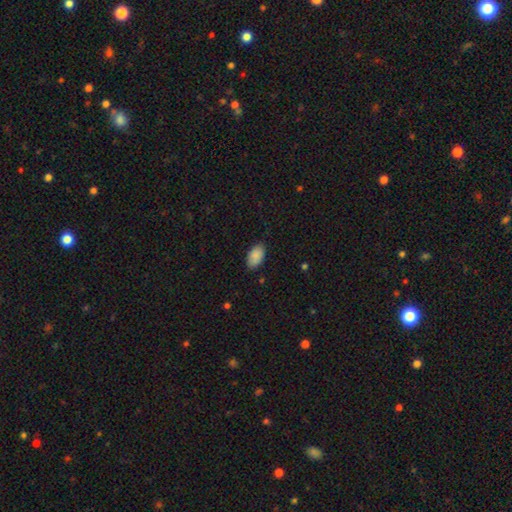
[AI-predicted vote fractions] Q: Smooth or featured?
A: smooth (89%); runner-up: star or artifact (7%)
Q: How rounded?
A: in between (94%); runner-up: round (4%)
Q: Merging?
A: none (83%); runner-up: minor disturbance (13%)